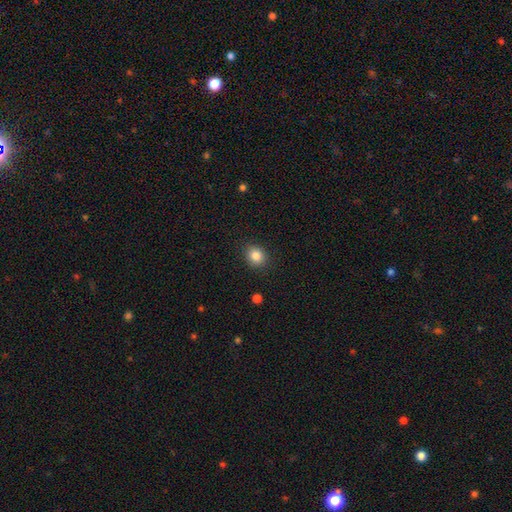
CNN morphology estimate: This appears to be a smooth galaxy with no disk features (85%) that is round (70%). Merging: none (89%).